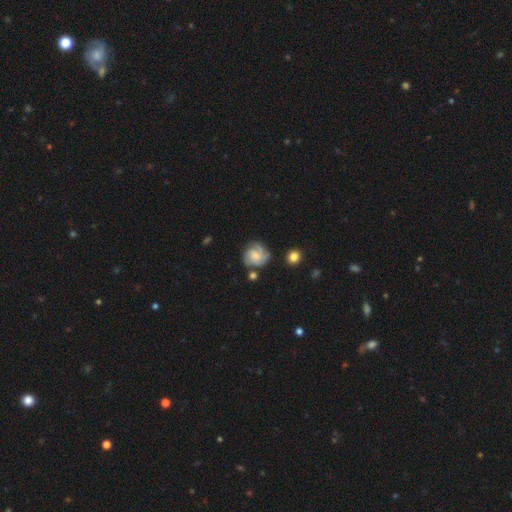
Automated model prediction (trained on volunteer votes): smooth-or-featured: featured or disk: 59% | smooth: 34% | star or artifact: 8%
  disk-edge-on: no: 98% | yes: 2%
    bar: no: 62% | weak: 33% | strong: 5%
    has-spiral-arms: yes: 91% | no: 9%
      spiral-winding: tight: 50% | medium: 37% | loose: 13%
      spiral-arm-count: 3: 41% | can't tell: 23% | 2: 19% | 4: 7% | 1: 7% | more than 4: 4%
    bulge-size: moderate: 32% | small: 28% | none: 26% | large: 12% | dominant: 2%
  merging: none: 66% | minor disturbance: 20% | major disturbance: 9% | merger: 6%